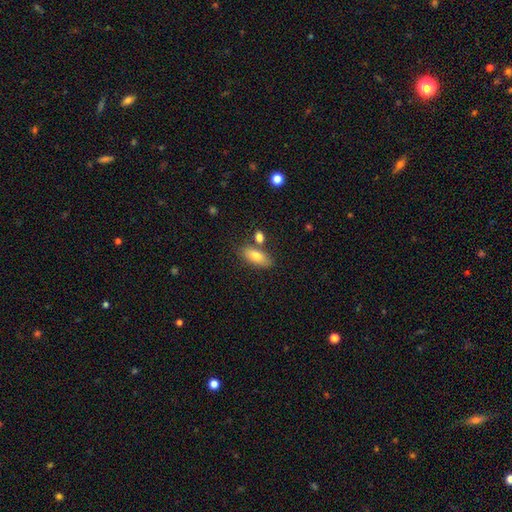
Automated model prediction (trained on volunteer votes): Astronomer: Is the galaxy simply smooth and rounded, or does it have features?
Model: smooth — 79%.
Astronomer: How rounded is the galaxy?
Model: in between — 83%.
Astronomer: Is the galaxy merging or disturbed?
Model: none — 68%.